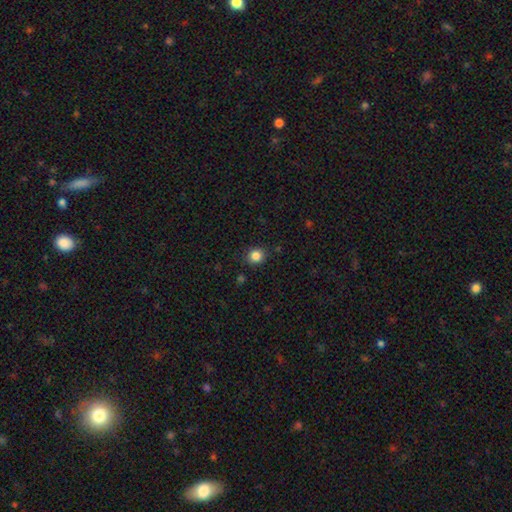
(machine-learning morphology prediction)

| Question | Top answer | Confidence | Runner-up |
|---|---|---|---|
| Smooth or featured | smooth | 84% | star or artifact (12%) |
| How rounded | round | 84% | in between (15%) |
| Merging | none | 88% | minor disturbance (8%) |